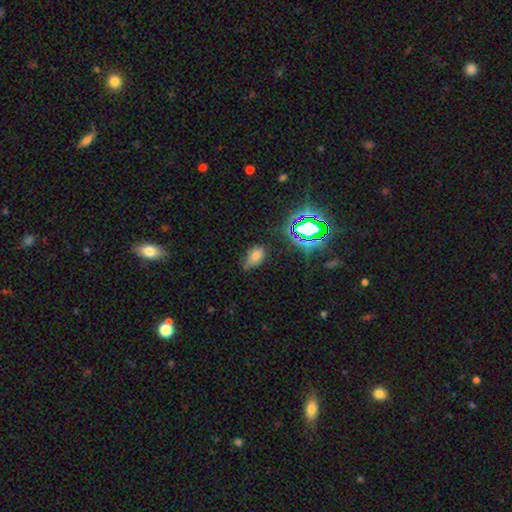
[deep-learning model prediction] This is likely a smooth galaxy (62%). How rounded: clearly in between (86%). Merging: likely none (63%).